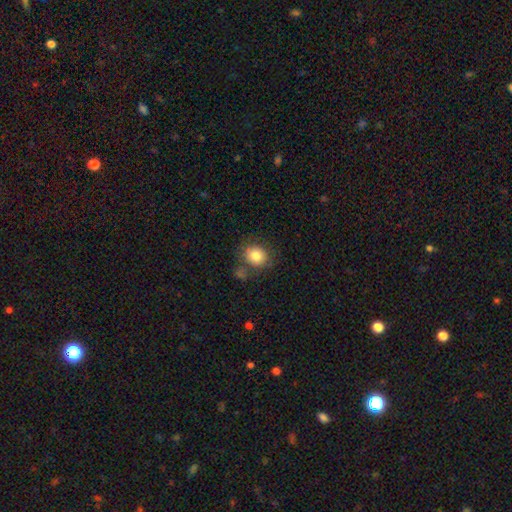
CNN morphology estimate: This is clearly a smooth galaxy (82%). How rounded: likely round (75%). Merging: likely none (69%).